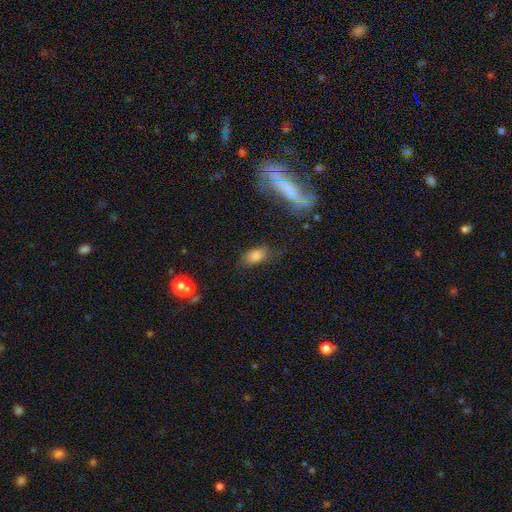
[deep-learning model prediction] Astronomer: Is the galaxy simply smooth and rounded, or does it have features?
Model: smooth — 76%.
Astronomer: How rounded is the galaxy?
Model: in between — 85%.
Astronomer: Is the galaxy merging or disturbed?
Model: none — 62%.